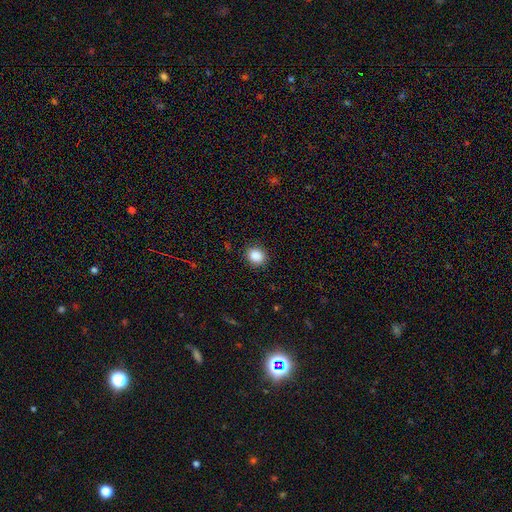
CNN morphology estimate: Smooth or featured? Predicted: smooth (p=0.88). How rounded? Predicted: round (p=0.67). Merging? Predicted: none (p=0.89).